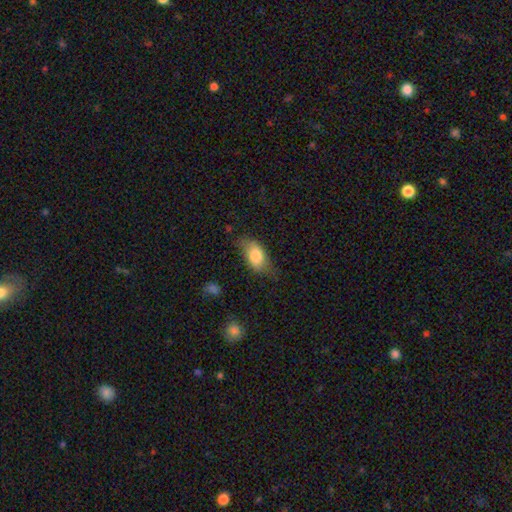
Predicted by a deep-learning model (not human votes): The model was most divided on "merging": none: 58%, minor disturbance: 30%, major disturbance: 10%, merger: 2%. More confident: how rounded — in between (90%); smooth or featured — smooth (78%).